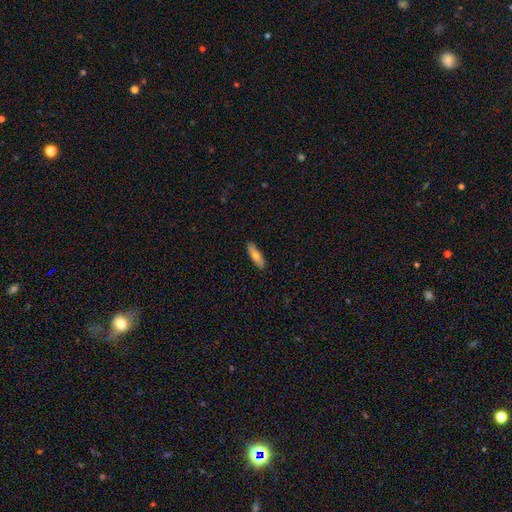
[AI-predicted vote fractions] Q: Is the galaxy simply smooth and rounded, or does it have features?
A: smooth — 69%.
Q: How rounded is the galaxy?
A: cigar-shaped — 57%.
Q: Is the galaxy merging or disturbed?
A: none — 89%.